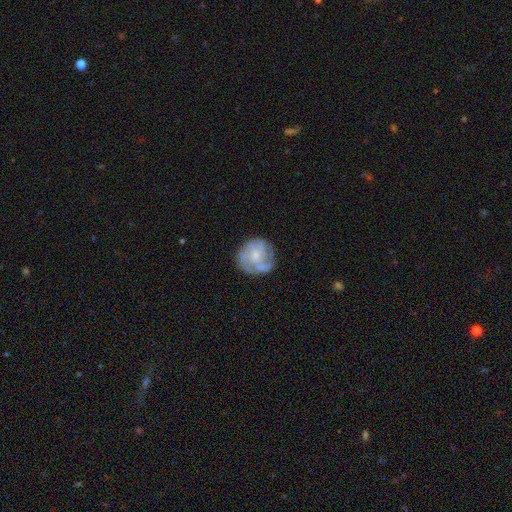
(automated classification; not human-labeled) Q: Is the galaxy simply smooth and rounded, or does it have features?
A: featured or disk — 67%.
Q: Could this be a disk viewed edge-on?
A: no — 98%.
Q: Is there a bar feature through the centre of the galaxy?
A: no — 71%.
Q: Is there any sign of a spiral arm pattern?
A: yes — 80%.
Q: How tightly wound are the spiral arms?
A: tight — 43%.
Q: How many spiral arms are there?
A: can't tell — 33%.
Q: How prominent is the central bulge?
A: small — 48%.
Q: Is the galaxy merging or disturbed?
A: none — 70%.